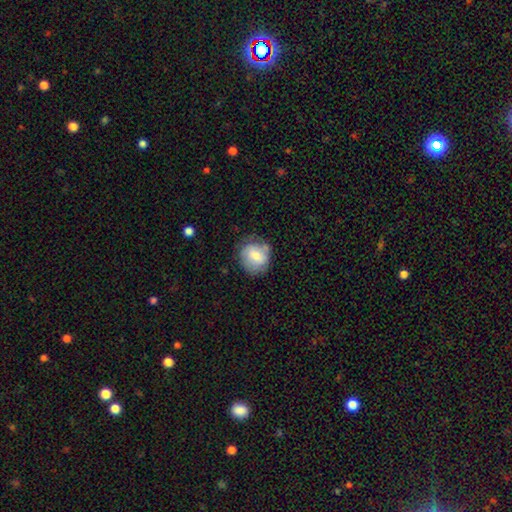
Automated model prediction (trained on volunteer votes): A smooth galaxy with no disk features (64%) that is round (75%). Merging: none (62%).